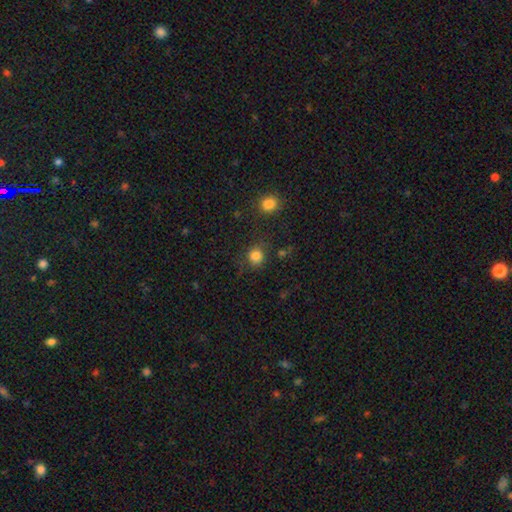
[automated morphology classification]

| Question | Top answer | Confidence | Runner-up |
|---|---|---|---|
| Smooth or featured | smooth | 82% | star or artifact (13%) |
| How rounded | round | 88% | in between (11%) |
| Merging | none | 79% | minor disturbance (12%) |